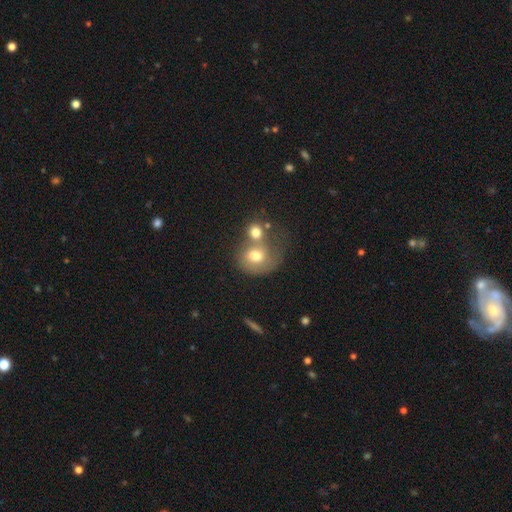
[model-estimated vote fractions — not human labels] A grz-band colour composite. It shows a smooth galaxy with no disk features (62%) that is round (65%). Merging: merger (55%).